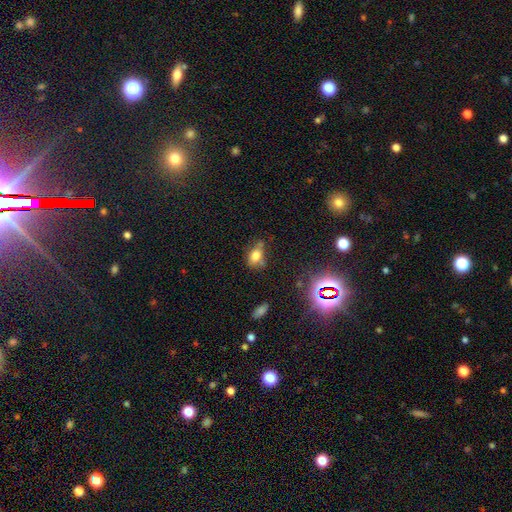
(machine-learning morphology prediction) Smooth or featured? smooth (71%)
How rounded? in between (75%)
Merging? none (49%)